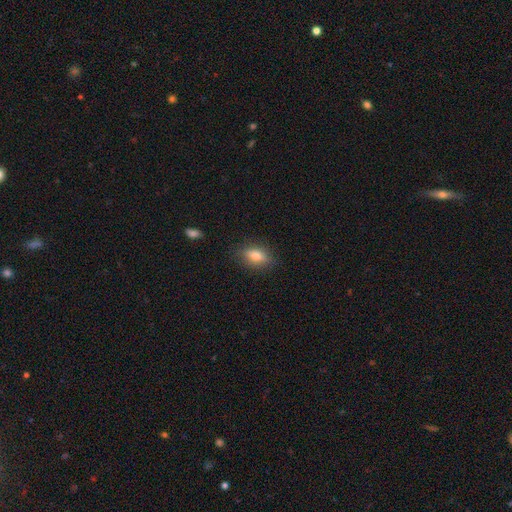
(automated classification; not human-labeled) This appears to be a smooth galaxy with no disk features (69%) that is in between round and cigar-shaped (74%). Merging: none (83%).